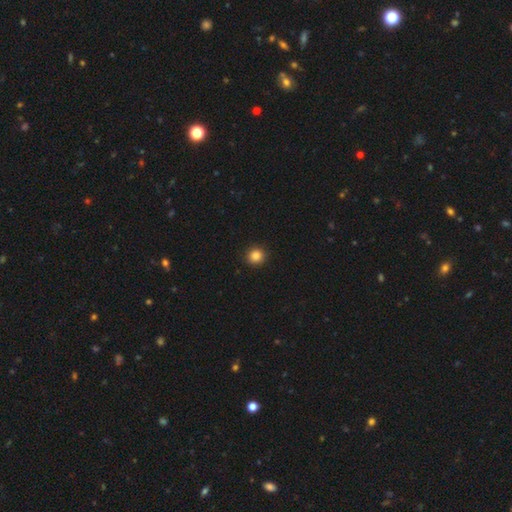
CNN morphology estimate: smooth_or_featured: smooth (p=0.85) [alt: star or artifact p=0.11]
how_rounded: round (p=0.92) [alt: in between p=0.07]
merging: none (p=0.92) [alt: minor disturbance p=0.05]